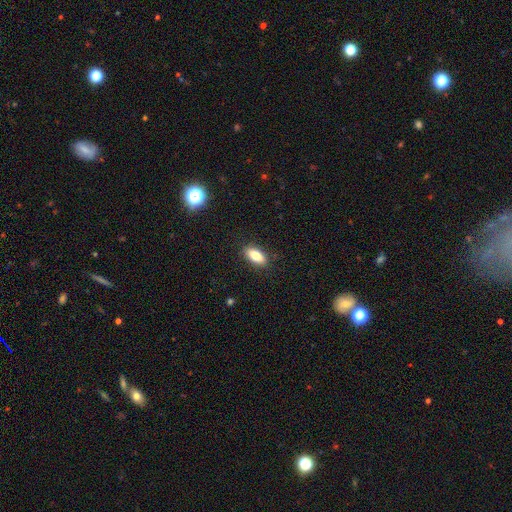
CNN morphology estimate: Smooth or featured? Predicted: smooth (p=0.82). How rounded? Predicted: in between (p=0.85). Merging? Predicted: none (p=0.88).